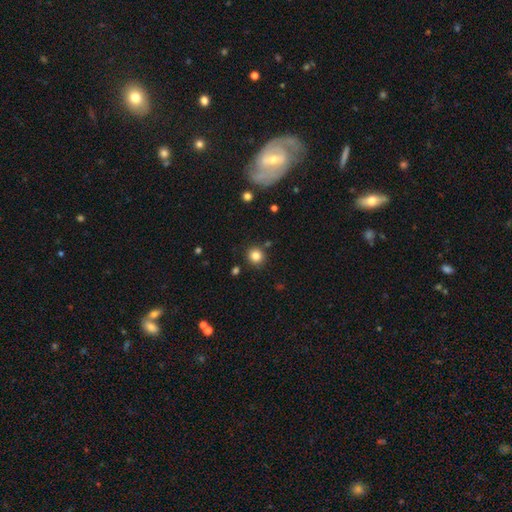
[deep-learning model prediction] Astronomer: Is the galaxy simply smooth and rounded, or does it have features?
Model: smooth — 82%.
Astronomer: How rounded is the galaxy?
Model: round — 90%.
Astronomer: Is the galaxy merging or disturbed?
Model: none — 85%.